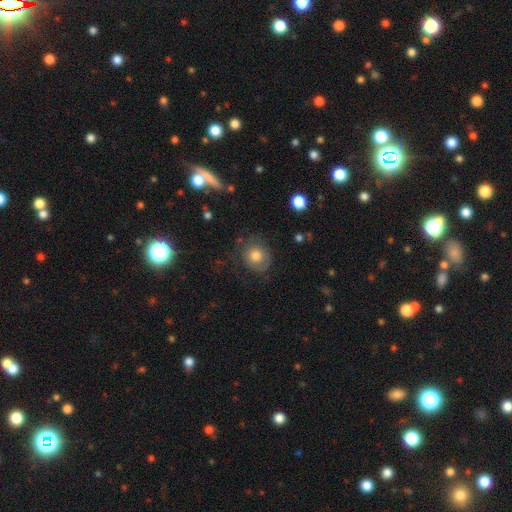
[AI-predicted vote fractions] Smooth or featured?
  - smooth: 68% *
  - featured or disk: 23%
  - star or artifact: 9%
How rounded?
  - round: 81% *
  - in between: 18%
  - cigar-shaped: 1%
Merging?
  - none: 65% *
  - minor disturbance: 20%
  - major disturbance: 13%
  - merger: 2%